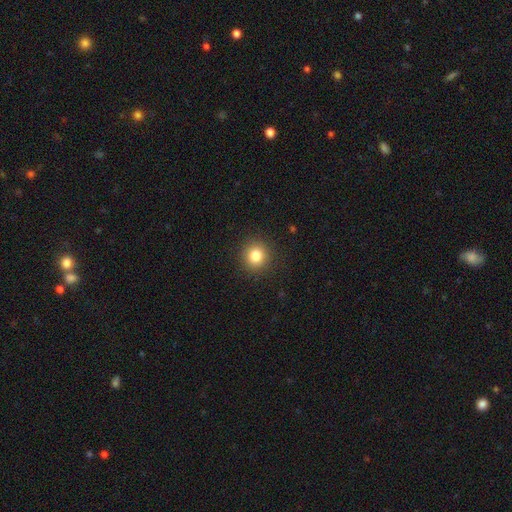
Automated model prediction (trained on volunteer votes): Morphology: type=smooth (82%); roundness=round (91%); merging=none (91%).